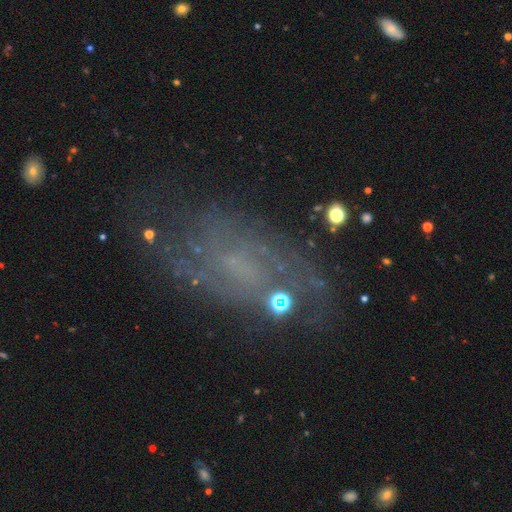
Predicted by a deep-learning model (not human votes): Smooth or featured? Predicted: featured or disk (p=0.69). Edge-on disk? Predicted: no (p=0.94). Bar? Predicted: no (p=0.59). Spiral arms? Predicted: yes (p=0.81). Spiral winding? Predicted: medium (p=0.41). Spiral arm count? Predicted: can't tell (p=0.40). Bulge size? Predicted: none (p=0.50). Merging? Predicted: none (p=0.65).